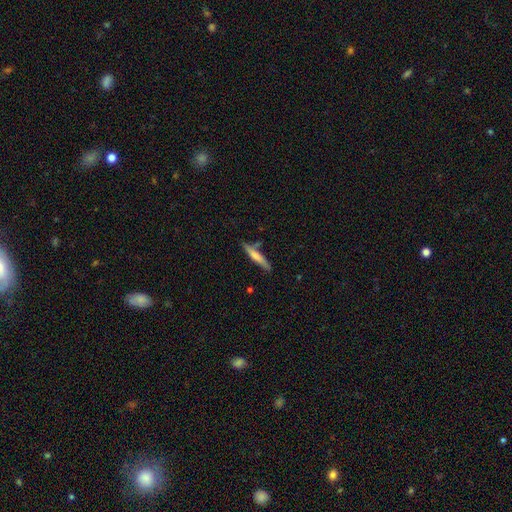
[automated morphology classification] This appears to be a smooth galaxy with no disk features (61%) that is cigar-shaped (92%). Merging: none (76%).